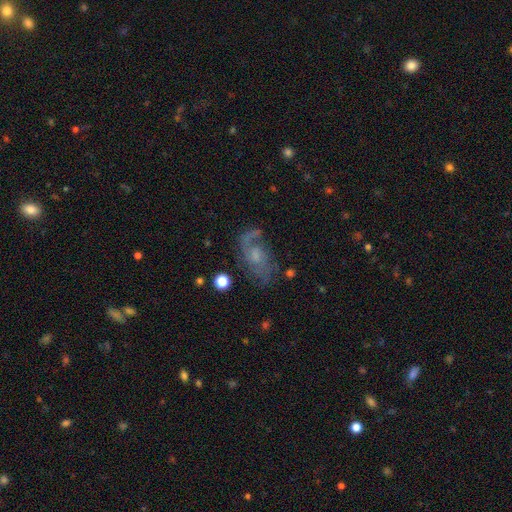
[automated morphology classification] The model was most divided on "spiral winding": medium: 44%, loose: 39%, tight: 18%. Remaining: edge-on disk — no (96%); spiral arms — yes (90%); smooth or featured — featured or disk (76%); bar — no (63%); merging — none (61%); spiral arm count — 2 (61%); bulge size — small (47%).